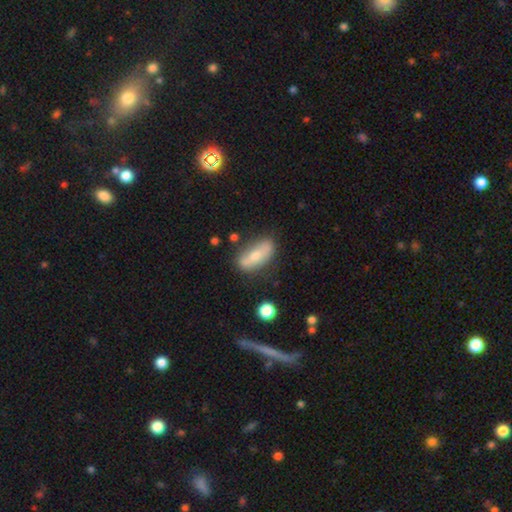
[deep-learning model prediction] Morphology: type=smooth (57%); roundness=in between (72%); merging=none (75%).